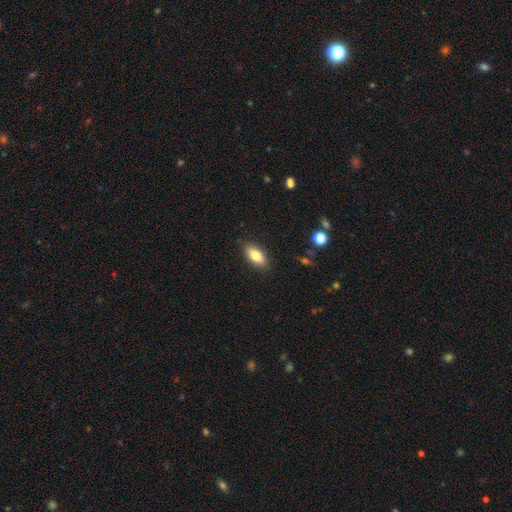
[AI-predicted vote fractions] Overall: smooth (80%). How rounded: in between (88%). Merging: none (86%).